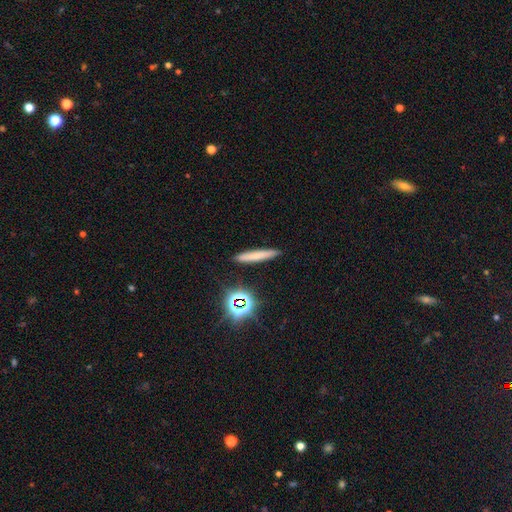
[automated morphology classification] This appears to be a smooth galaxy with no disk features (67%) that is cigar-shaped (92%). Merging: none (90%).